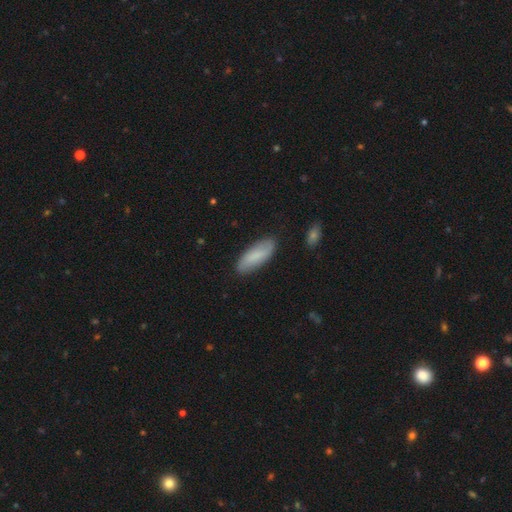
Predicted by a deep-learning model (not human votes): Smooth or featured? Predicted: smooth (p=0.76). How rounded? Predicted: in between (p=0.68). Merging? Predicted: none (p=0.82).